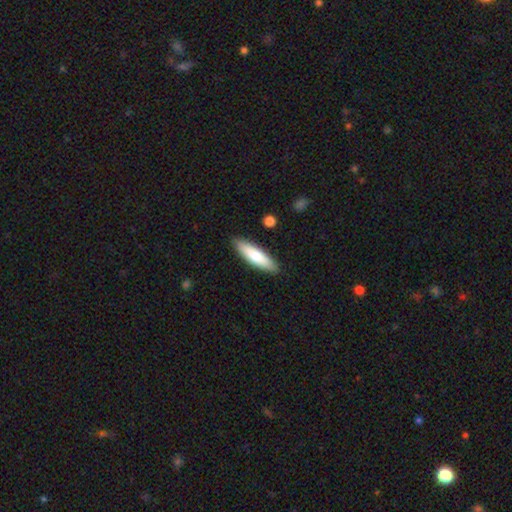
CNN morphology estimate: A smooth galaxy with no disk features (74%) that is cigar-shaped (67%). Merging: none (89%).